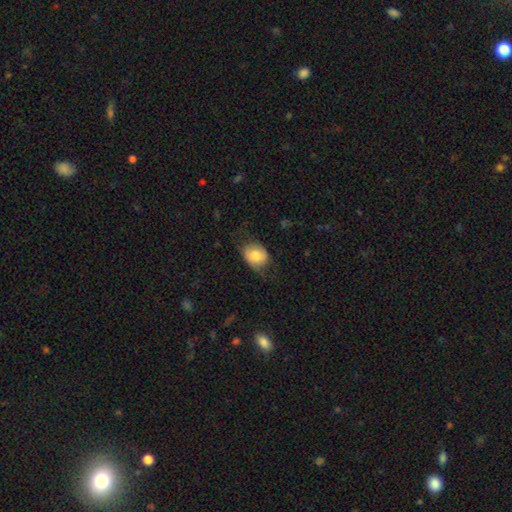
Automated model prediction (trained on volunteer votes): Morphology: type=smooth (74%); roundness=in between (63%); merging=none (56%).